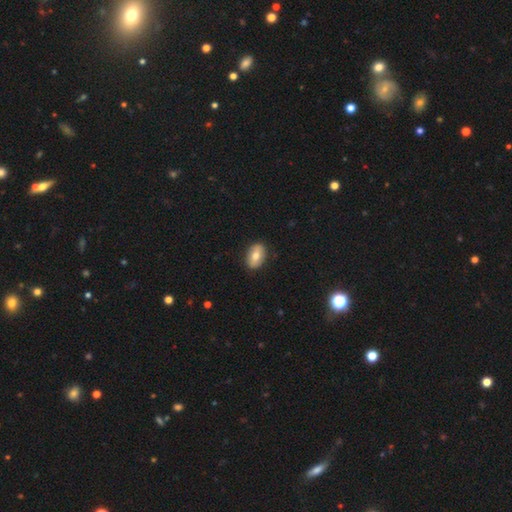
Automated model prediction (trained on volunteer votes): A smooth galaxy with no disk features (73%) that is in between round and cigar-shaped (88%). Merging: none (88%).